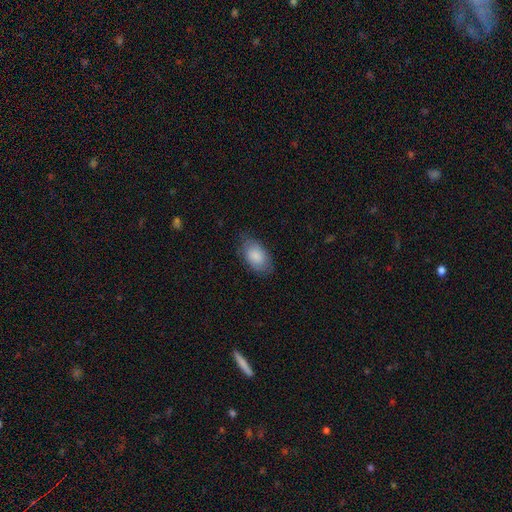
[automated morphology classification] This is clearly a smooth galaxy (83%). How rounded: clearly in between (92%). Merging: likely none (72%).